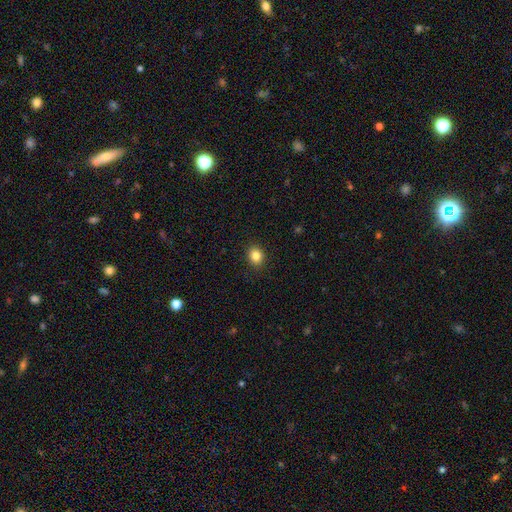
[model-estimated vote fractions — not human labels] This is clearly a smooth galaxy (84%). How rounded: likely round (68%). Merging: clearly none (91%).